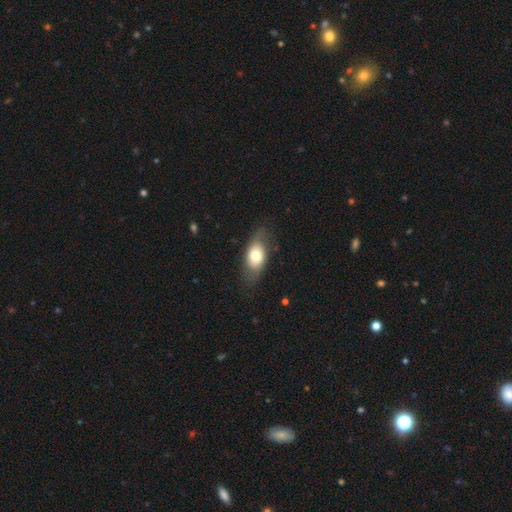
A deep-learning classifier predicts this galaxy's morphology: A smooth galaxy with no disk features (66%) that is in between round and cigar-shaped (86%). Merging: none (71%).